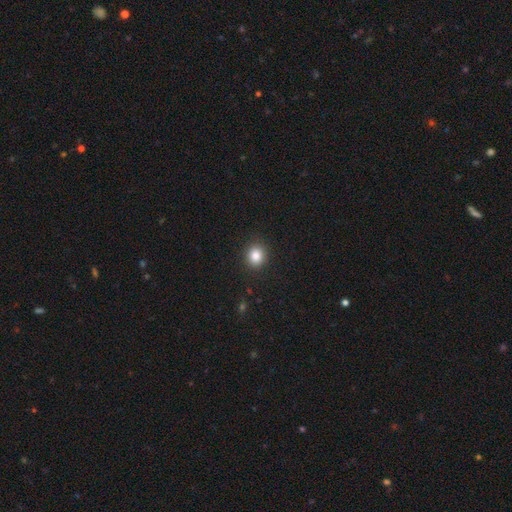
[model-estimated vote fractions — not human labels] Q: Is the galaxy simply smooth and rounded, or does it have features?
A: smooth — 85%.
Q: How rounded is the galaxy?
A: round — 73%.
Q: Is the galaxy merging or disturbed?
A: none — 90%.